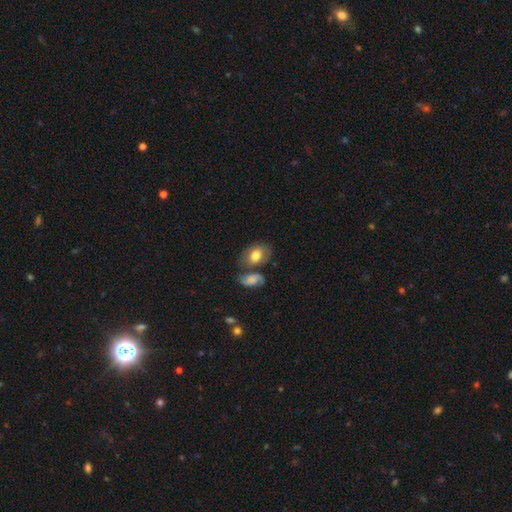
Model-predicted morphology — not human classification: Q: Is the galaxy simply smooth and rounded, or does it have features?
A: smooth — 68%.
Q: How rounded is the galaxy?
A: in between — 79%.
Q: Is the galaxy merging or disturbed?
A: none — 47%.